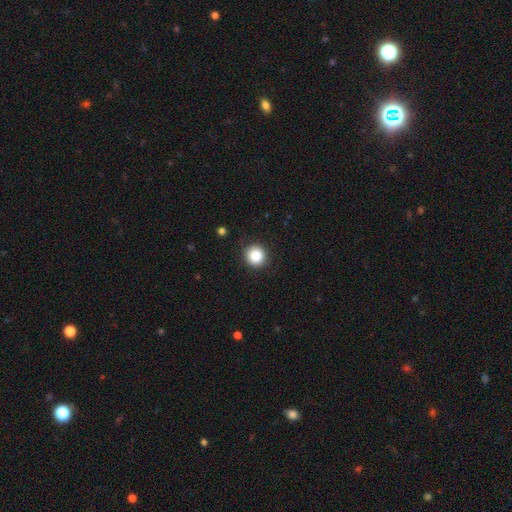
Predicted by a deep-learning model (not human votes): smooth_or_featured: smooth (p=0.87) [alt: star or artifact p=0.09]
how_rounded: round (p=0.93) [alt: in between p=0.06]
merging: none (p=0.89) [alt: minor disturbance p=0.08]